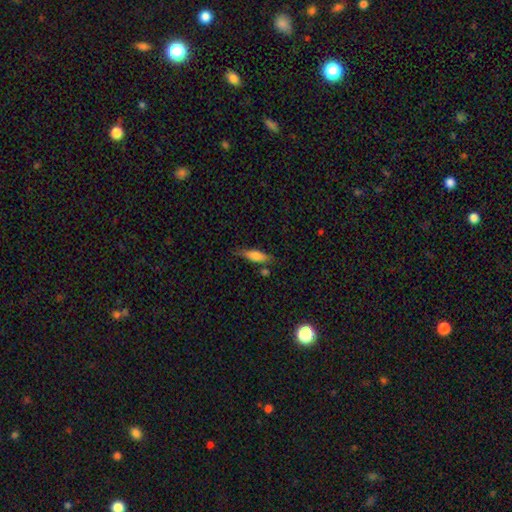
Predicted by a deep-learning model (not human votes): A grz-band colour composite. It shows a smooth galaxy with no disk features (68%) that is cigar-shaped (56%). Merging: none (68%).